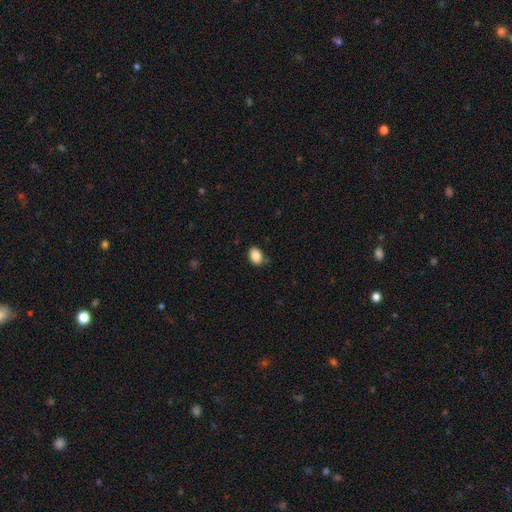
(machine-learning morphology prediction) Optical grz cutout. It shows a smooth galaxy with no disk features (87%) that is in between round and cigar-shaped (81%). Merging: none (81%).